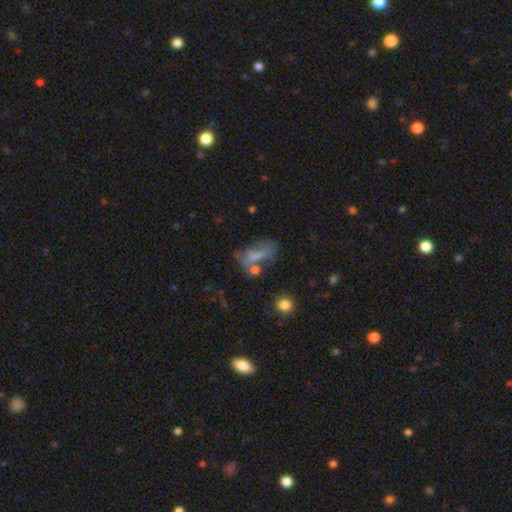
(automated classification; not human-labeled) smooth-or-featured: smooth: 51% | featured or disk: 33% | star or artifact: 16%
  how-rounded: in between: 72% | cigar-shaped: 19% | round: 10%
  merging: none: 38% | major disturbance: 24% | minor disturbance: 22% | merger: 17%